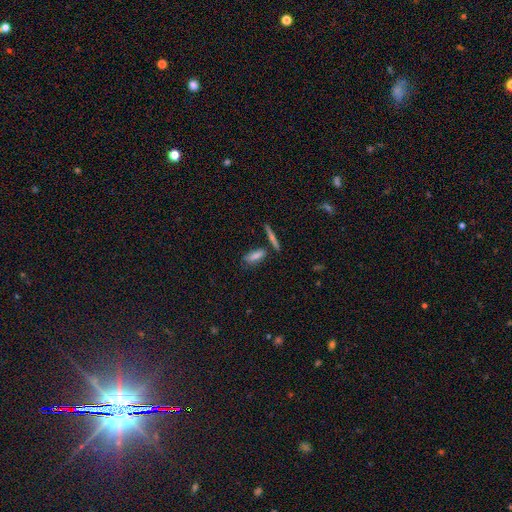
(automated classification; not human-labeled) Smooth or featured? smooth (67%)
How rounded? cigar-shaped (49%)
Merging? none (66%)